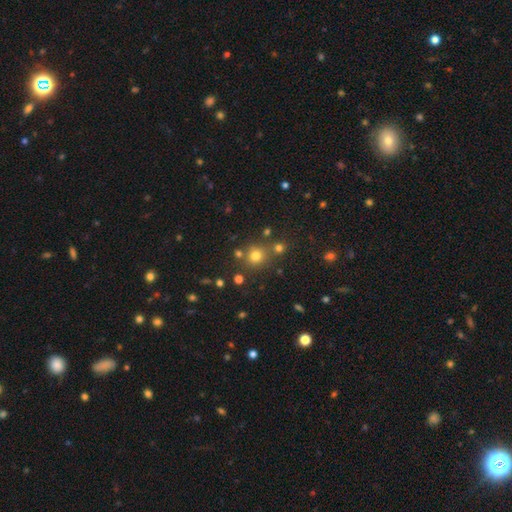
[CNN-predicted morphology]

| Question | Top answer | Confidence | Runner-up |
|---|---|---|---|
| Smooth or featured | smooth | 72% | star or artifact (20%) |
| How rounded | round | 89% | in between (10%) |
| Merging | none | 74% | merger (13%) |